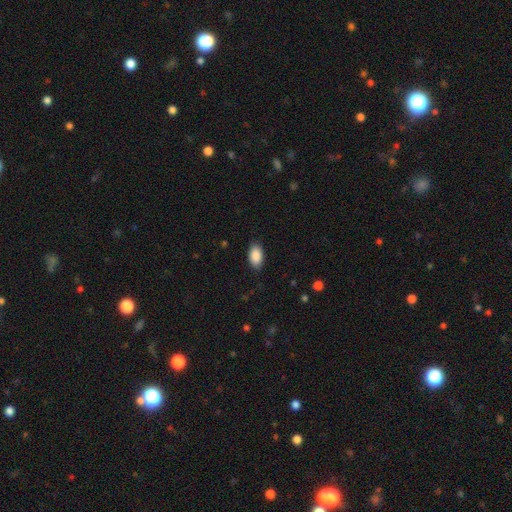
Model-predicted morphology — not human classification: Smooth or featured: smooth — 90% (star or artifact — 7%)
How rounded: in between — 94% (round — 5%)
Merging: none — 85% (minor disturbance — 11%)